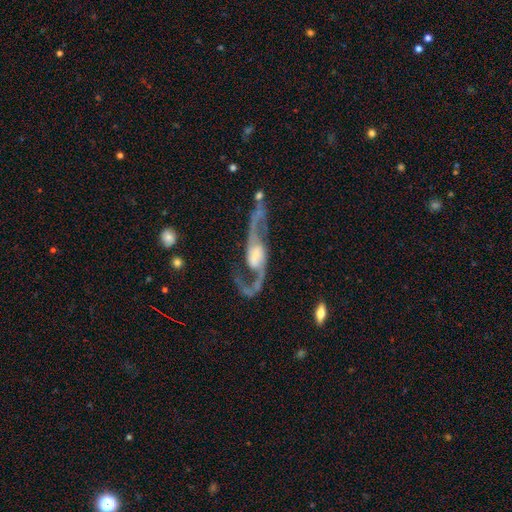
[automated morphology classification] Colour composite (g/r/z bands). It shows a featured or disk galaxy (91%) with a weak bar (42%), 2 (93%) loose (67%) spiral arms (96%) and a small central bulge (35%). Merging: none (65%).